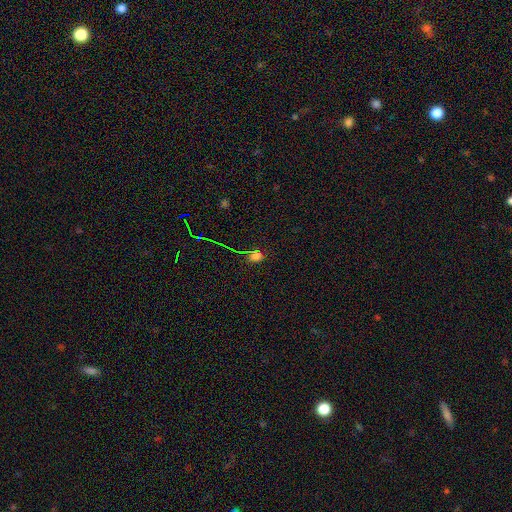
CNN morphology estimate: smooth 54%, star or artifact 39%, featured or disk 7%. Down the decision tree: how rounded — in between (56%); merging — none (77%).